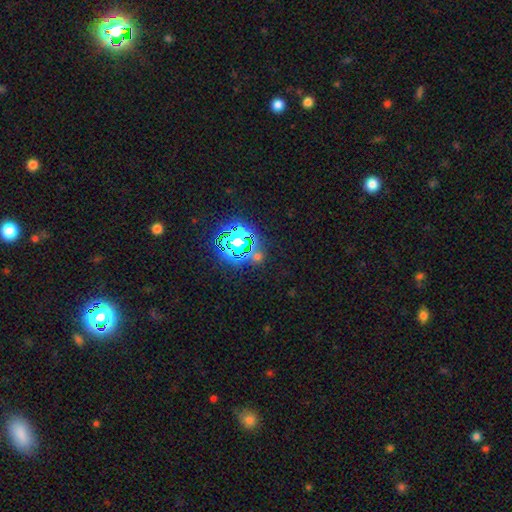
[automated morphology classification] A star or artifact, not a galaxy (68%).

Vote fractions:
- Smooth or featured? star or artifact: 68% / smooth: 23% / featured or disk: 9%